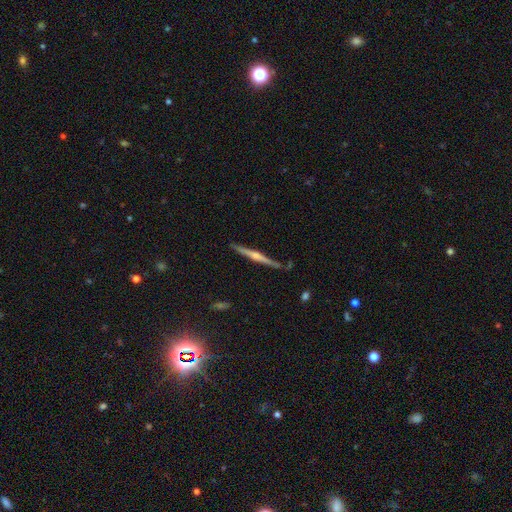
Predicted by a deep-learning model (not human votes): Smooth or featured? featured or disk (75%)
Edge-on disk? yes (98%)
Edge-on bulge? rounded (77%)
Merging? none (87%)